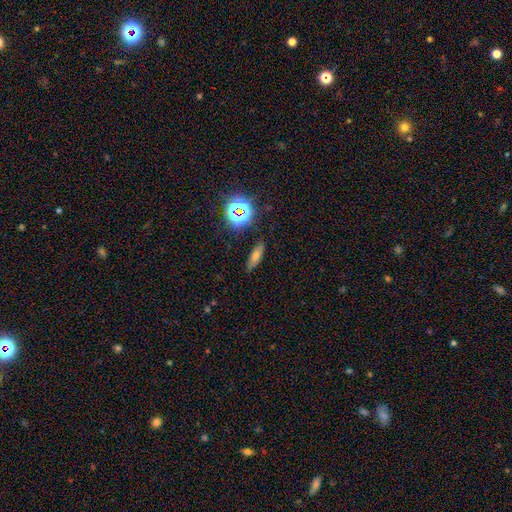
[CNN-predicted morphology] This is possibly a smooth galaxy (50%). Merging: clearly none (86%).